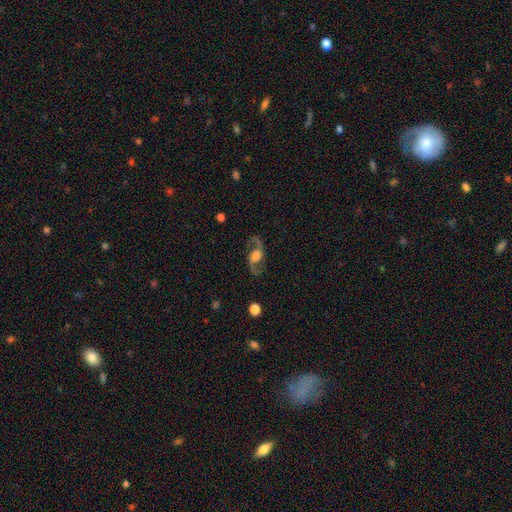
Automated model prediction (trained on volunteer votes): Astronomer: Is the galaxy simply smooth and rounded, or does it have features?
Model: featured or disk — 85%.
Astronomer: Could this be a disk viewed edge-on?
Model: no — 95%.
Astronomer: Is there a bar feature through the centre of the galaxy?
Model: no — 50% (runner-up: weak, 38%).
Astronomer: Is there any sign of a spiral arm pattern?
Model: yes — 94%.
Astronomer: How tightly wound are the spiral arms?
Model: loose — 58% (runner-up: medium, 36%).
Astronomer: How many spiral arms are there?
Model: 2 — 94%.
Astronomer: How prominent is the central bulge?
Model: large — 50%.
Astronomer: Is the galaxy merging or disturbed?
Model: none — 80%.